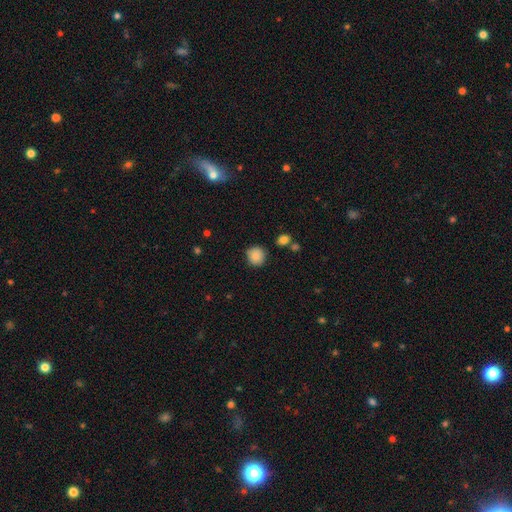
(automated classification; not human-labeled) A smooth galaxy with no disk features (86%) that is round (91%). Merging: none (82%).